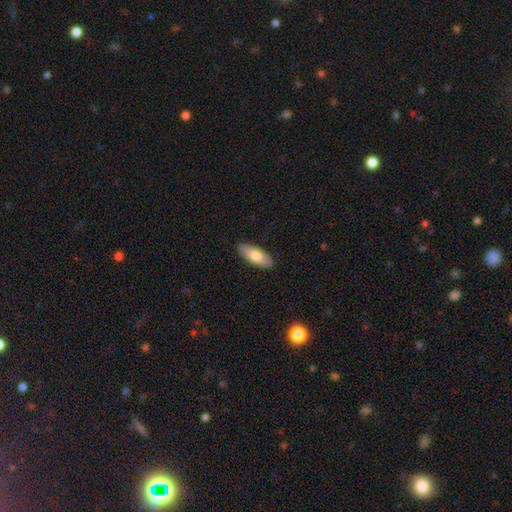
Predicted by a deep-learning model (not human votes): smooth 75%, featured or disk 19%, star or artifact 6%. Down the decision tree: how rounded — in between (80%); merging — none (89%).